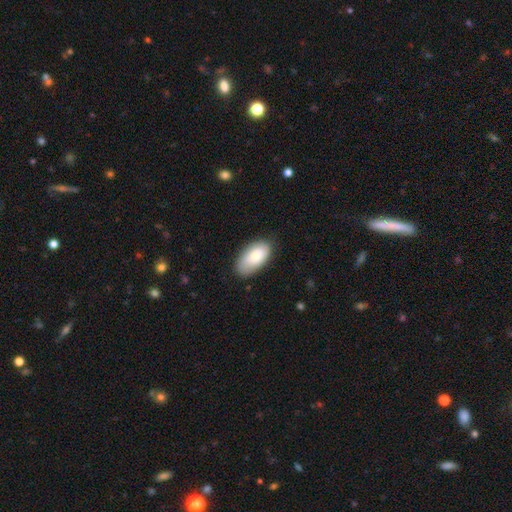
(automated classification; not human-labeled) Smooth or featured?
  - smooth: 76% *
  - featured or disk: 17%
  - star or artifact: 6%
How rounded?
  - in between: 94% *
  - round: 3%
  - cigar-shaped: 2%
Merging?
  - none: 78% *
  - minor disturbance: 17%
  - major disturbance: 3%
  - merger: 1%